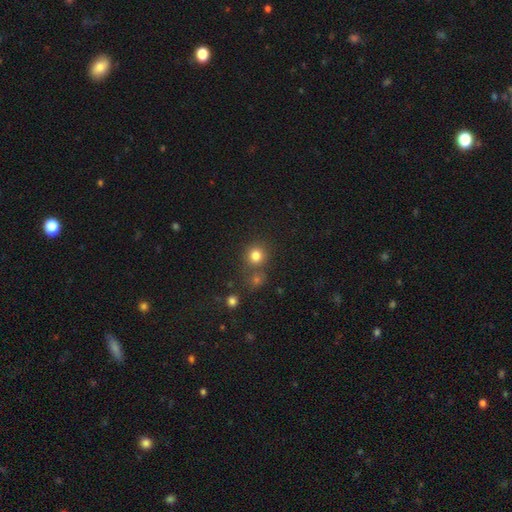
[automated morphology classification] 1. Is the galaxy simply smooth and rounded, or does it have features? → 79% smooth, 14% star or artifact, 6% featured or disk.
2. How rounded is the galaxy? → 88% round, 11% in between, 1% cigar-shaped.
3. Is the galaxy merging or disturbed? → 69% none, 18% merger, 9% minor disturbance, 4% major disturbance.